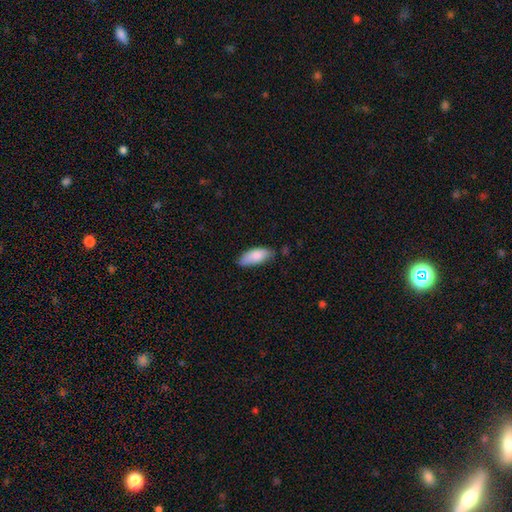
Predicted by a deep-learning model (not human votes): A smooth galaxy with no disk features (86%) that is in between round and cigar-shaped (85%).

Vote fractions:
- Smooth or featured? smooth: 86% / featured or disk: 8% / star or artifact: 6%
- How rounded? in between: 85% / cigar-shaped: 13% / round: 2%
- Merging? none: 67% / minor disturbance: 27% / major disturbance: 4% / merger: 2%